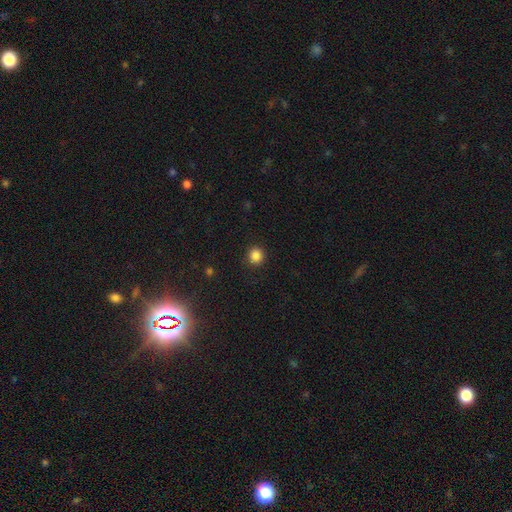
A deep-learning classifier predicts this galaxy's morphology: Overall: smooth (86%). How rounded: round (91%). Merging: none (91%).